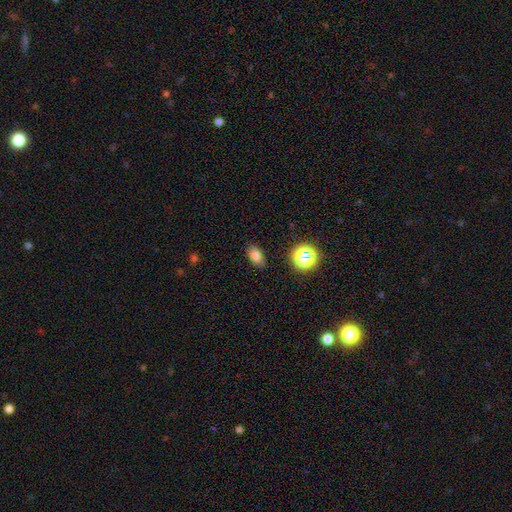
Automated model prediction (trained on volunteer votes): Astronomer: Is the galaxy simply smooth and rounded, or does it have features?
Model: smooth — 77%.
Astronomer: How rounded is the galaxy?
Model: in between — 86%.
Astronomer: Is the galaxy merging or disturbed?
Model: none — 87%.